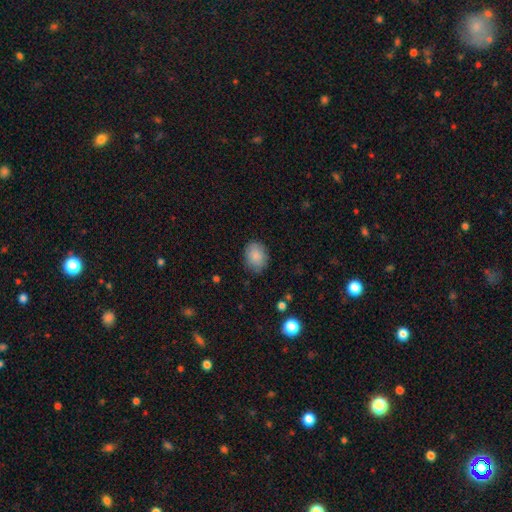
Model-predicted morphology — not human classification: smooth_or_featured: smooth (p=0.87) [alt: star or artifact p=0.07]
how_rounded: in between (p=0.62) [alt: round p=0.37]
merging: none (p=0.82) [alt: minor disturbance p=0.14]